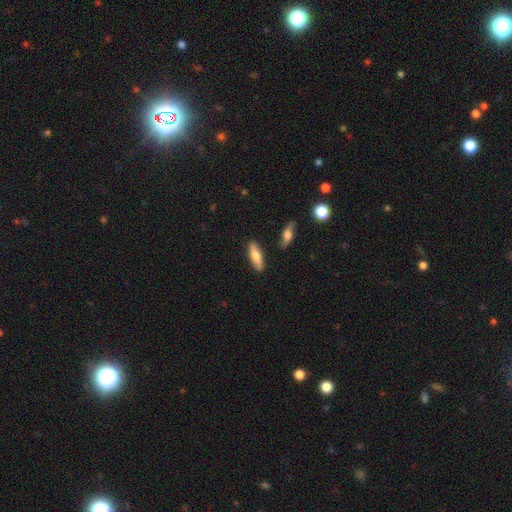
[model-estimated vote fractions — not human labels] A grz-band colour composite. It shows a smooth galaxy with no disk features (71%) that is cigar-shaped (56%). Merging: none (84%).